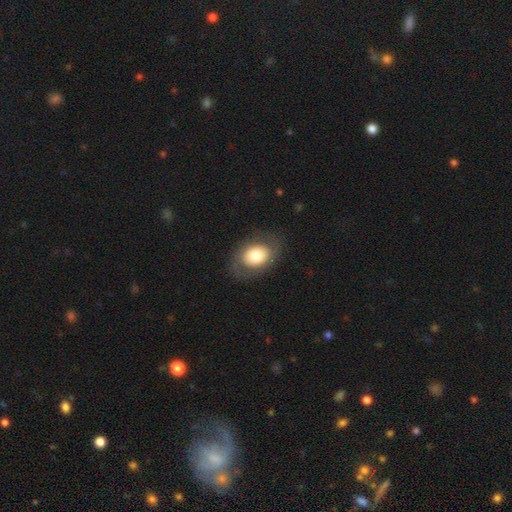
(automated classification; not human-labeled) Smooth or featured? Predicted: smooth (p=0.63). How rounded? Predicted: in between (p=0.73). Merging? Predicted: none (p=0.79).